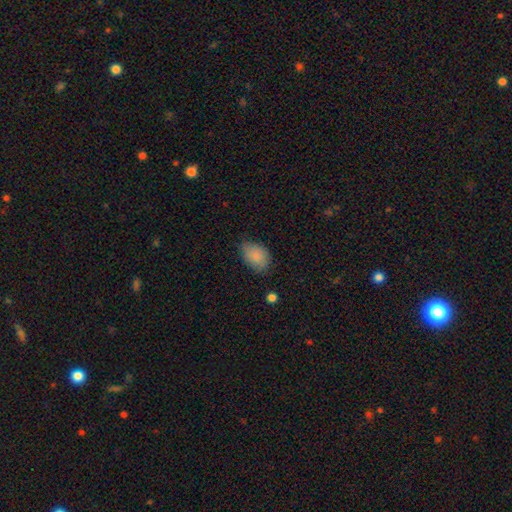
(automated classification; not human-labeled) This is clearly a smooth galaxy (87%). How rounded: clearly in between (85%). Merging: likely none (71%).